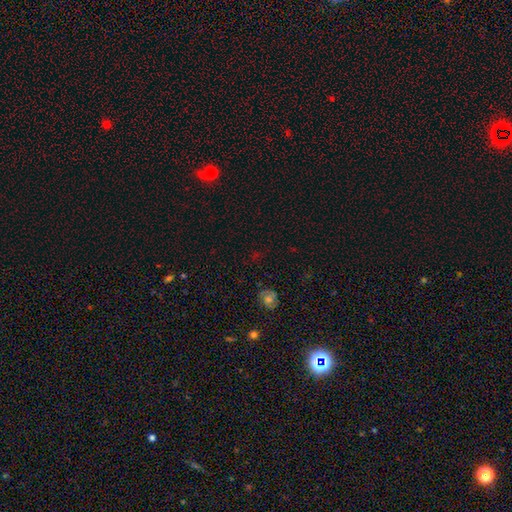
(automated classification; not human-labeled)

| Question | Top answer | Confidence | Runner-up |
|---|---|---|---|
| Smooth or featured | star or artifact | 45% | smooth (36%) |